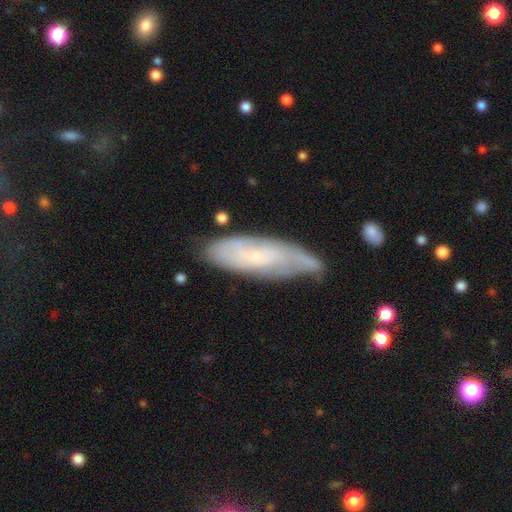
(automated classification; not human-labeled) featured or disk 54%, smooth 39%, star or artifact 7%. Down the decision tree: edge-on disk — no (78%); merging — none (59%).